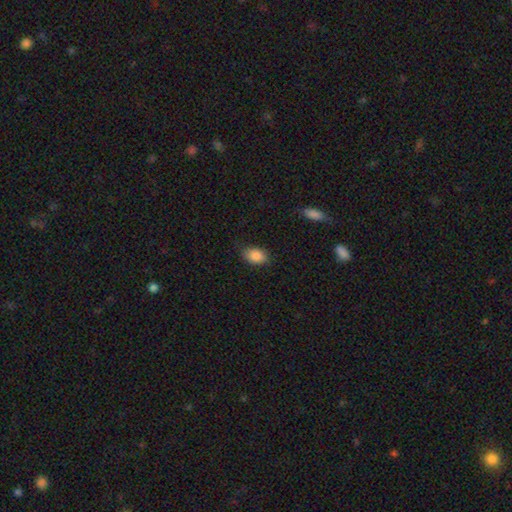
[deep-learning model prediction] Smooth or featured? smooth (88%)
How rounded? in between (84%)
Merging? none (79%)